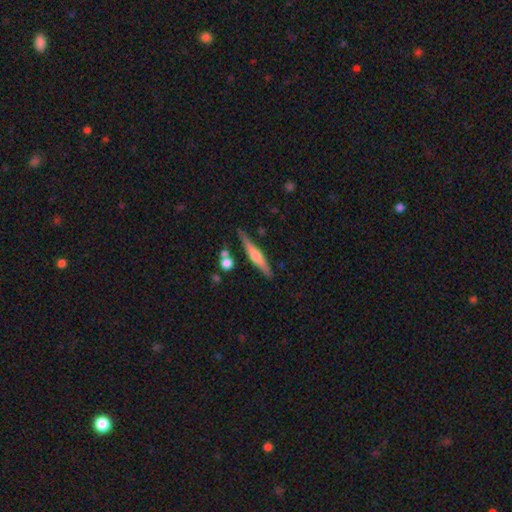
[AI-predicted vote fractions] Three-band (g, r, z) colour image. It shows a featured or disk galaxy (61%) viewed edge-on (96%) with a rounded central bulge (81%). Merging: none (82%).